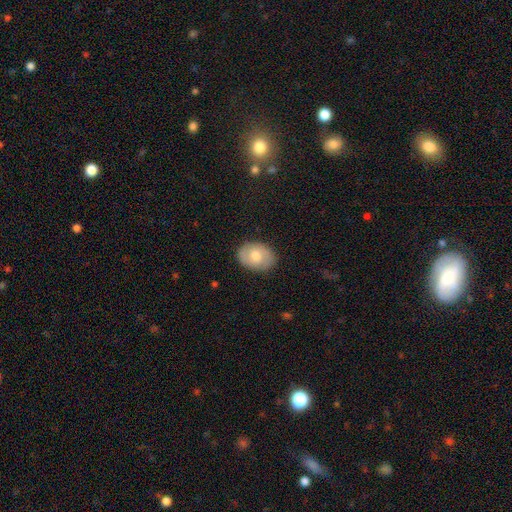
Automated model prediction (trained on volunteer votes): This appears to be a smooth galaxy with no disk features (53%) that is in between round and cigar-shaped (65%). Merging: none (84%).